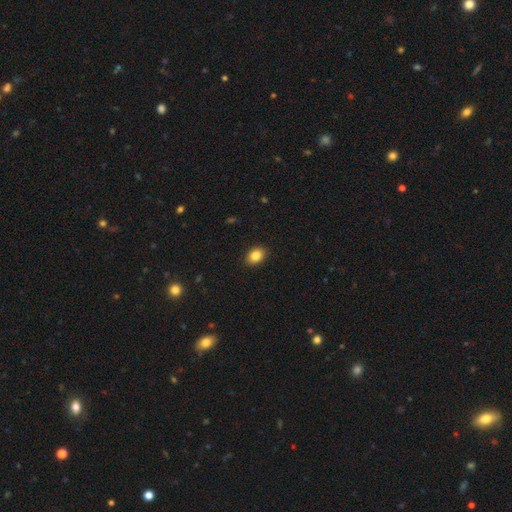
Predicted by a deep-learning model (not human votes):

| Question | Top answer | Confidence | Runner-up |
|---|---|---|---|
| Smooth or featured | smooth | 86% | star or artifact (9%) |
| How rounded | in between | 74% | round (25%) |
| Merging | none | 90% | minor disturbance (8%) |